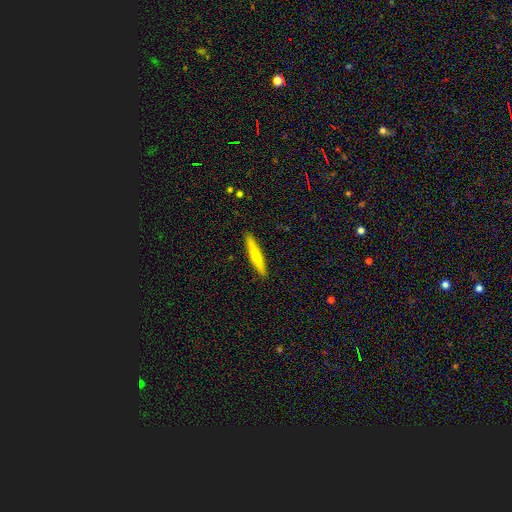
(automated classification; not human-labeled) smooth 68%, featured or disk 27%, star or artifact 5%. Down the decision tree: how rounded — cigar-shaped (94%); merging — none (91%).